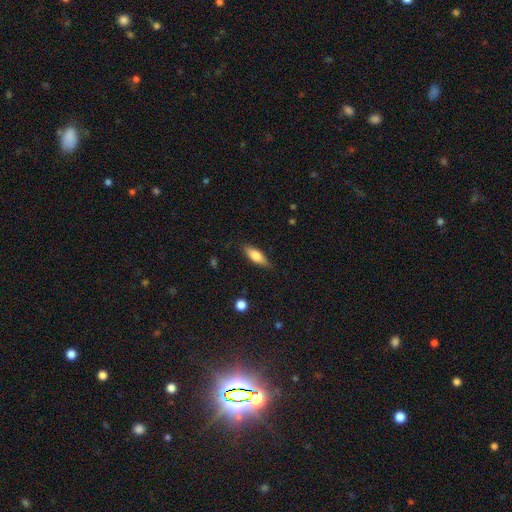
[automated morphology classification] Smooth or featured?
  - smooth: 71% *
  - featured or disk: 23%
  - star or artifact: 6%
How rounded?
  - in between: 61% *
  - cigar-shaped: 37%
  - round: 3%
Merging?
  - none: 82% *
  - minor disturbance: 14%
  - major disturbance: 3%
  - merger: 1%